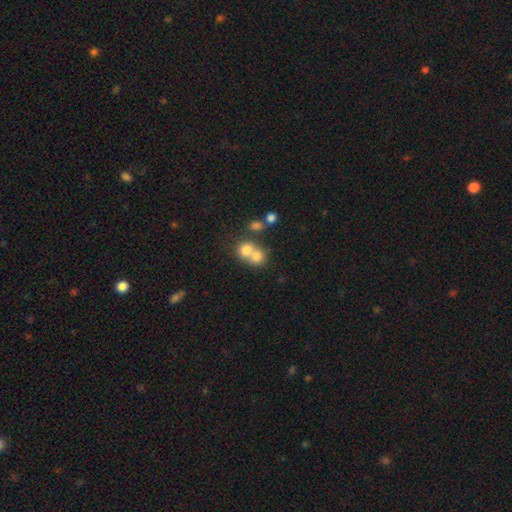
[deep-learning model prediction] Smooth or featured? smooth (73%)
How rounded? round (76%)
Merging? merger (60%)